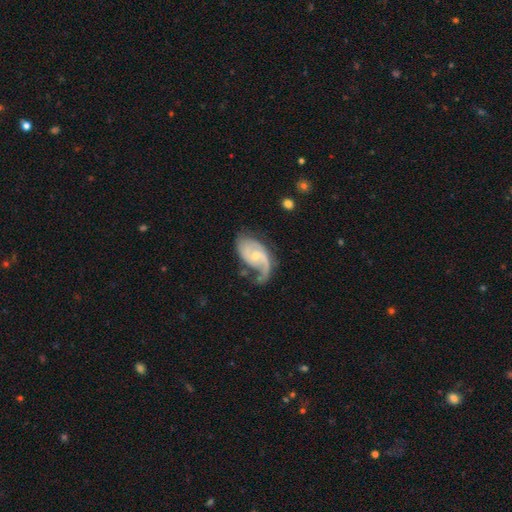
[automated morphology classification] Smooth or featured? featured or disk (85%)
Edge-on disk? no (97%)
Bar? no (53%)
Spiral arms? yes (94%)
Spiral winding? medium (45%)
Spiral arm count? 2 (58%)
Bulge size? small (55%)
Merging? none (41%)